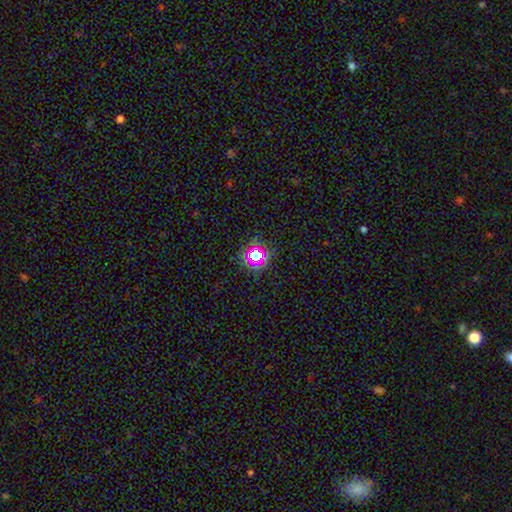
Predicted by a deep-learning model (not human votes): Overall: star or artifact (64%; smooth 25%).